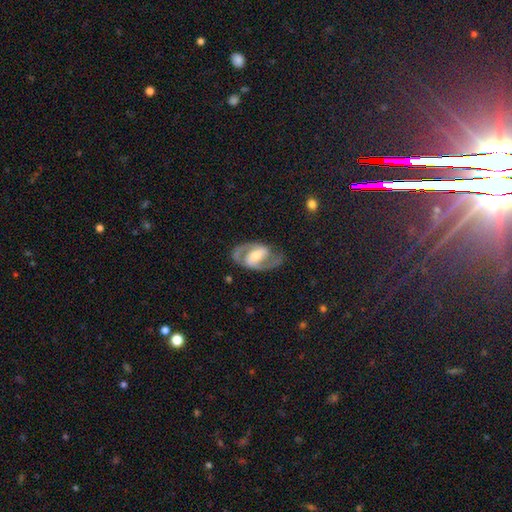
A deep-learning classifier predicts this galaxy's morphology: The model was most divided on "bar" (2-way tie): strong: 39%, weak: 39%, no: 22%. More confident: edge-on disk — no (96%); spiral arms — yes (92%); spiral arm count — 2 (90%); smooth or featured — featured or disk (85%); merging — none (77%); bulge size — moderate (61%); spiral winding — medium (55%).